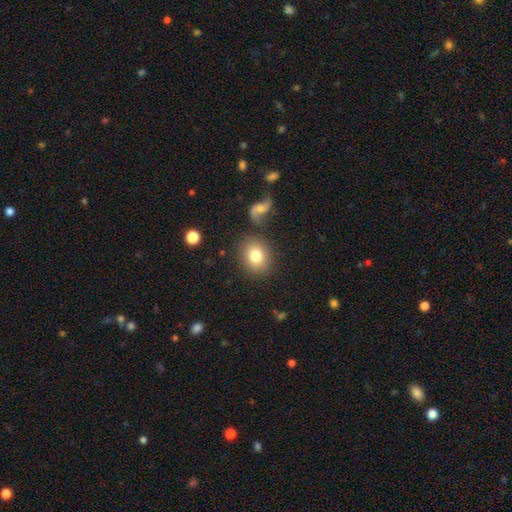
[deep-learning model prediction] Smooth or featured? smooth (81%)
How rounded? round (68%)
Merging? none (80%)